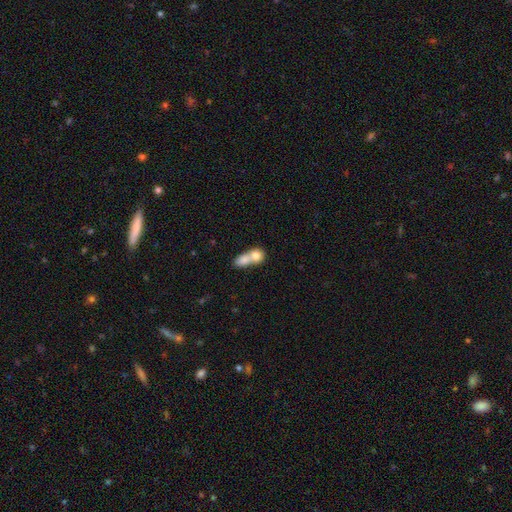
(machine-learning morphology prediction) This appears to be a smooth galaxy with no disk features (74%) that is round (48%). Merging: merger (74%).